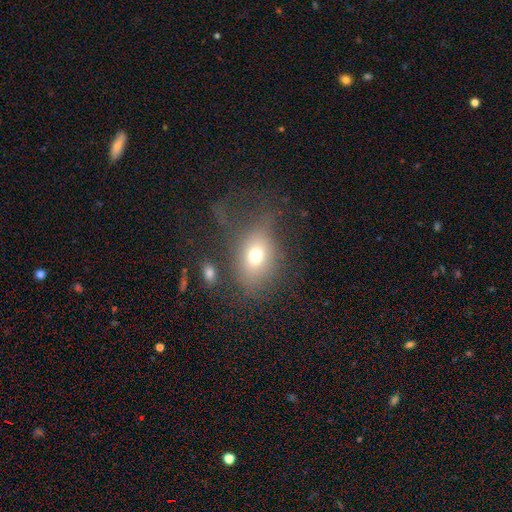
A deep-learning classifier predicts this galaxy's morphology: Q: Smooth or featured?
A: smooth (67%); runner-up: featured or disk (20%)
Q: How rounded?
A: in between (67%); runner-up: round (31%)
Q: Merging?
A: none (40%); runner-up: major disturbance (35%)